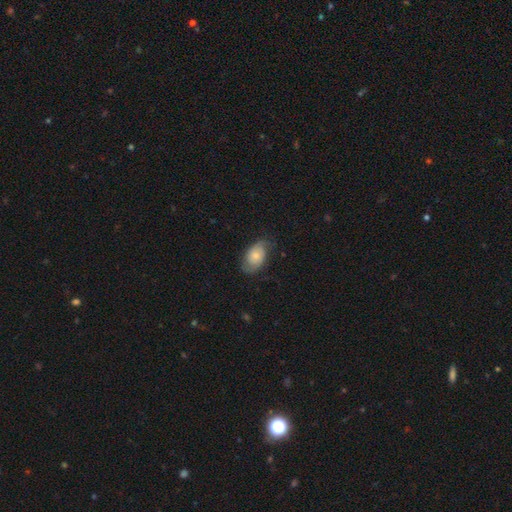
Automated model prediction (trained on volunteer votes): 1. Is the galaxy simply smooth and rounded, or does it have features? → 53% smooth, 40% featured or disk, 7% star or artifact.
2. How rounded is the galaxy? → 87% in between, 11% round, 1% cigar-shaped.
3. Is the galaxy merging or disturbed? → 62% none, 27% minor disturbance, 10% major disturbance, 1% merger.